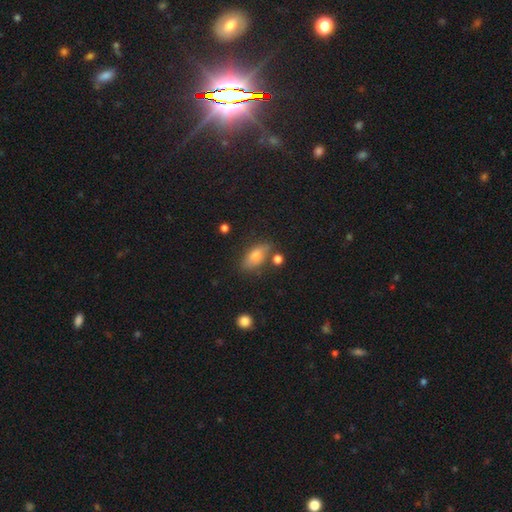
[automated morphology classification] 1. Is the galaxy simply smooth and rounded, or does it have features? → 67% smooth, 22% featured or disk, 11% star or artifact.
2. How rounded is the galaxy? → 80% in between, 15% cigar-shaped, 6% round.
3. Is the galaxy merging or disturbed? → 73% none, 16% minor disturbance, 6% merger, 5% major disturbance.